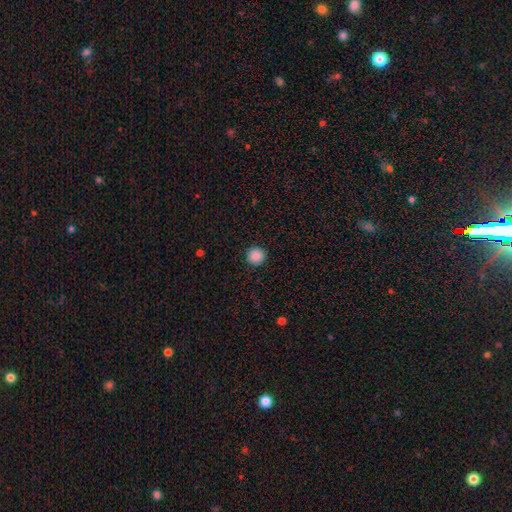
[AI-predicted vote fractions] Overall: smooth (88%). How rounded: round (95%). Merging: none (92%).